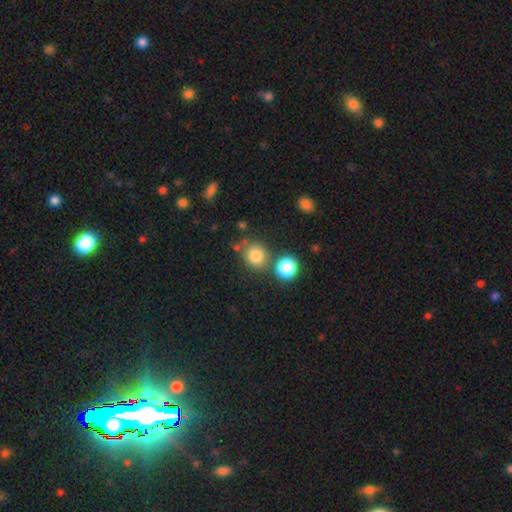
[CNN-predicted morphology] Q: Smooth or featured?
A: smooth (82%); runner-up: star or artifact (11%)
Q: How rounded?
A: round (80%); runner-up: in between (19%)
Q: Merging?
A: none (64%); runner-up: merger (20%)